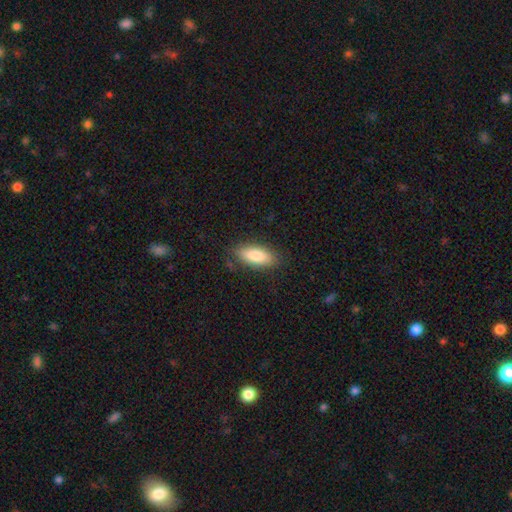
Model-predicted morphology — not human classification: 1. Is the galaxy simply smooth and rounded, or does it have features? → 84% smooth, 10% featured or disk, 6% star or artifact.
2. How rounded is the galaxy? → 77% in between, 21% cigar-shaped, 2% round.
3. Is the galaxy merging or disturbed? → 83% none, 12% minor disturbance, 3% major disturbance, 1% merger.